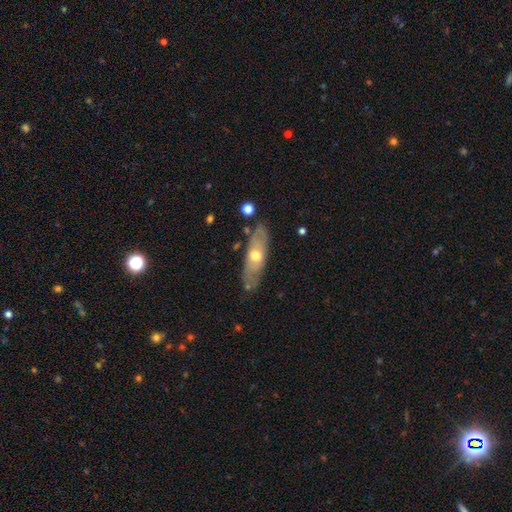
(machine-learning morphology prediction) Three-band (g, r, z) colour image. It shows a featured or disk galaxy (55%). Merging: none (73%).